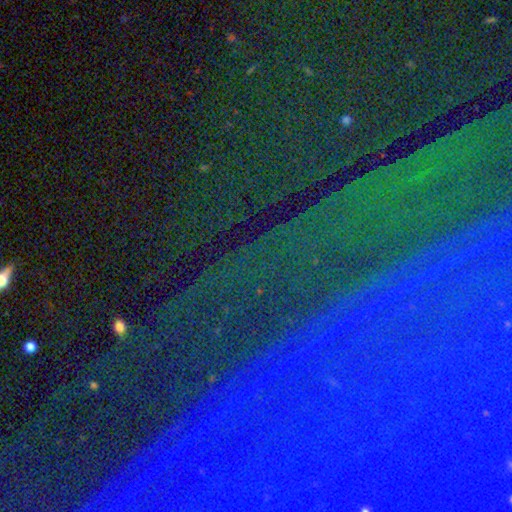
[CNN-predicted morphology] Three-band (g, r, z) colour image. It shows a star or artifact, not a galaxy (87%).